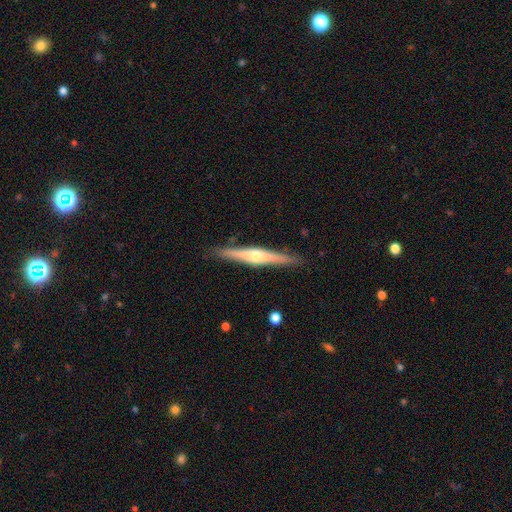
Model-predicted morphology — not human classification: Smooth or featured? featured or disk (70%)
Edge-on disk? yes (97%)
Edge-on bulge? rounded (88%)
Merging? none (89%)